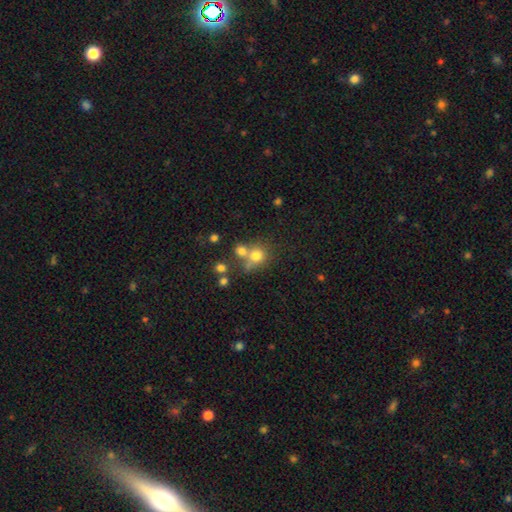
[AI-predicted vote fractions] Morphology: type=smooth (73%); roundness=round (83%); merging=none (48%).